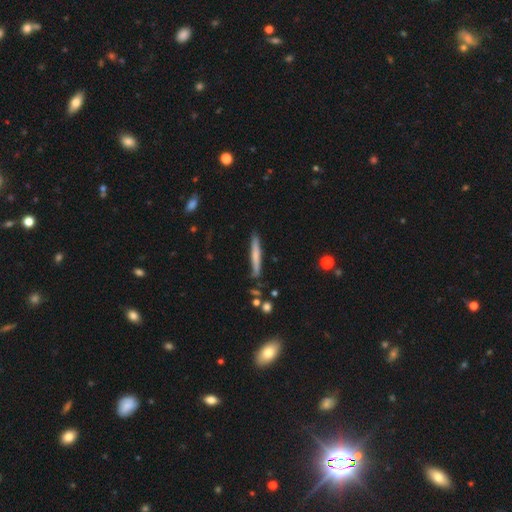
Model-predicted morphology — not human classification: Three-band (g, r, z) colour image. It shows a smooth galaxy with no disk features (61%) that is cigar-shaped (95%). Merging: none (82%).